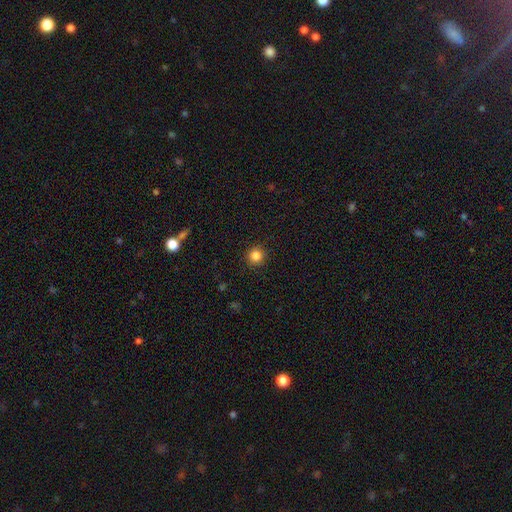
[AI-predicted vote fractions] smooth-or-featured: smooth: 85% | star or artifact: 12% | featured or disk: 4%
  how-rounded: round: 95% | in between: 4% | cigar-shaped: 1%
  merging: none: 91% | minor disturbance: 6% | major disturbance: 2% | merger: 1%